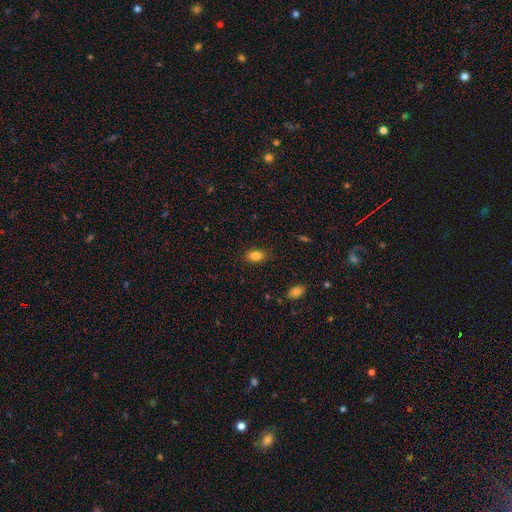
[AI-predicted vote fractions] This appears to be a smooth galaxy with no disk features (84%) that is in between round and cigar-shaped (81%). Merging: none (84%).